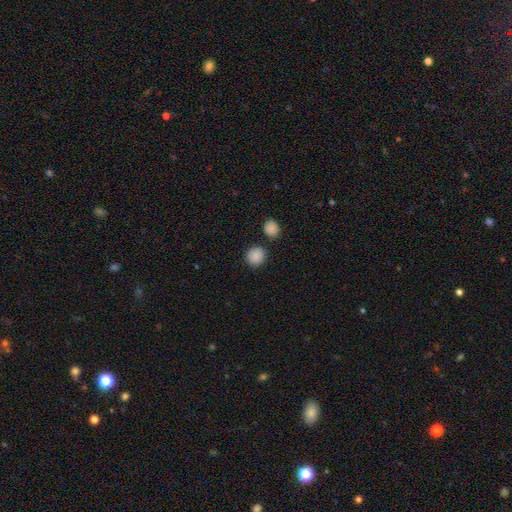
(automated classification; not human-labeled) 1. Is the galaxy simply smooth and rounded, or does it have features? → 87% smooth, 9% star or artifact, 4% featured or disk.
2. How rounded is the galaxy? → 88% round, 11% in between, 1% cigar-shaped.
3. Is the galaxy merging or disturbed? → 81% none, 9% minor disturbance, 8% merger, 3% major disturbance.